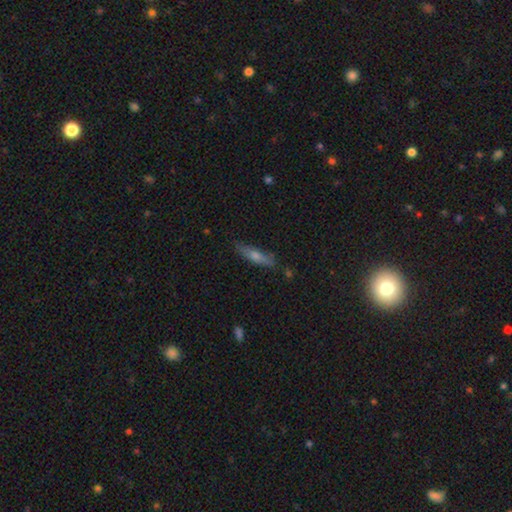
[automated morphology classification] Q: Smooth or featured?
A: smooth (49%); runner-up: featured or disk (42%)
Q: Merging?
A: none (83%); runner-up: minor disturbance (13%)